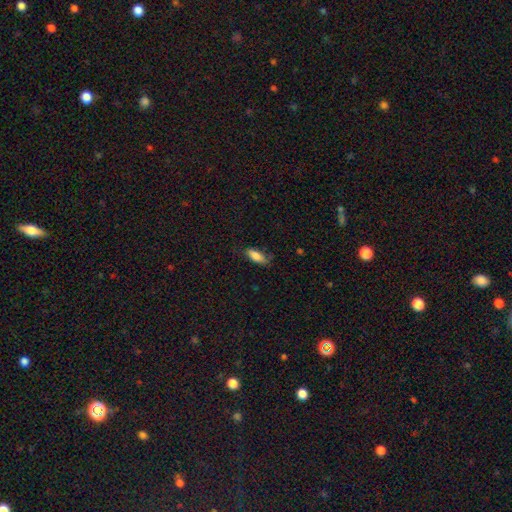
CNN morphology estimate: Overall: smooth (82%). How rounded: in between (75%). Merging: none (67%).